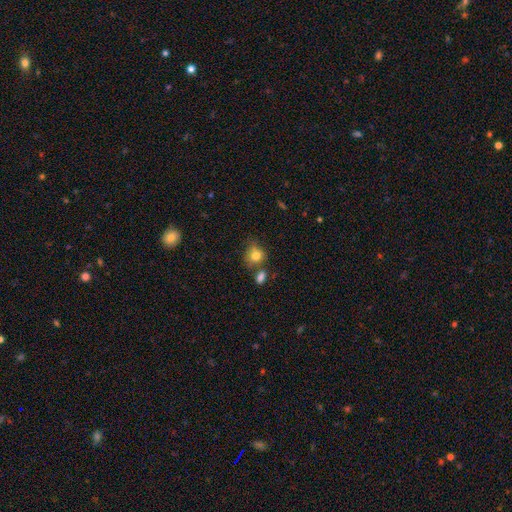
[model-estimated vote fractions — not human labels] smooth-or-featured: smooth: 79% | star or artifact: 11% | featured or disk: 11%
  how-rounded: round: 69% | in between: 30% | cigar-shaped: 1%
  merging: none: 53% | minor disturbance: 20% | merger: 20% | major disturbance: 7%